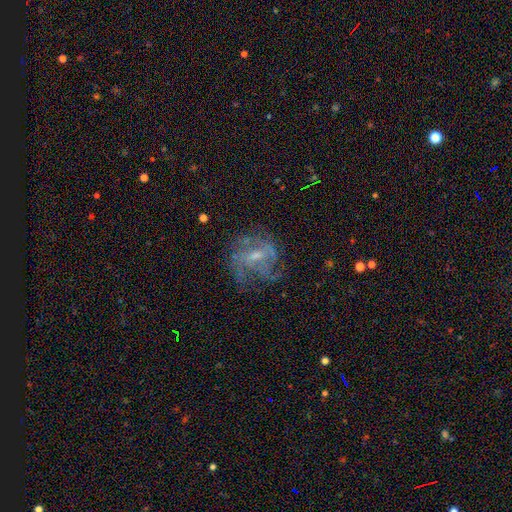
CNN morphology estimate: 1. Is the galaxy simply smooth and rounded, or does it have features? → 71% featured or disk, 15% star or artifact, 14% smooth.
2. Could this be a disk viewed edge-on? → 96% no, 4% yes.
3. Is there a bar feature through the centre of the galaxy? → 51% weak, 33% no, 16% strong.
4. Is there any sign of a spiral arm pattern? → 82% yes, 18% no.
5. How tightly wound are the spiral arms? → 42% medium, 35% tight, 22% loose.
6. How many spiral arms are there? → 41% can't tell, 19% 3, 16% 2, 12% 4, 6% 1, 6% more than 4.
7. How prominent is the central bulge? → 51% small, 37% moderate, 9% none, 2% large, 1% dominant.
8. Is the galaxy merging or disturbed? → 64% none, 18% minor disturbance, 16% major disturbance, 2% merger.